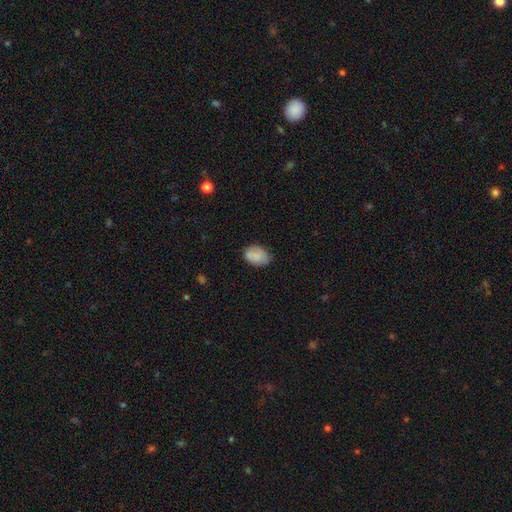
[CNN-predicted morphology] smooth 82%, featured or disk 10%, star or artifact 8%. Down the decision tree: how rounded — in between (77%); merging — none (68%).